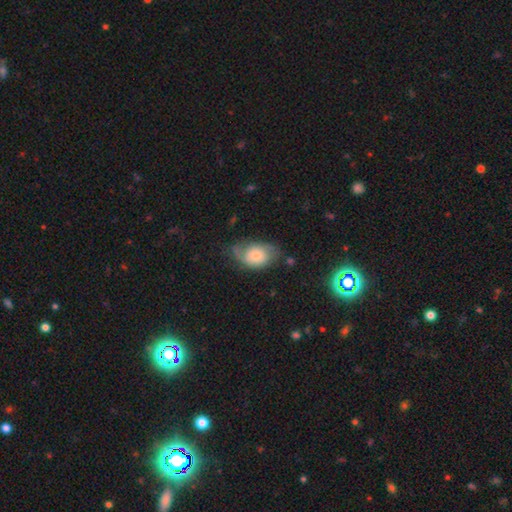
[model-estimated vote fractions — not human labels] smooth-or-featured: smooth: 58% | featured or disk: 34% | star or artifact: 8%
  how-rounded: in between: 81% | round: 18% | cigar-shaped: 1%
  merging: none: 46% | minor disturbance: 33% | major disturbance: 19% | merger: 3%